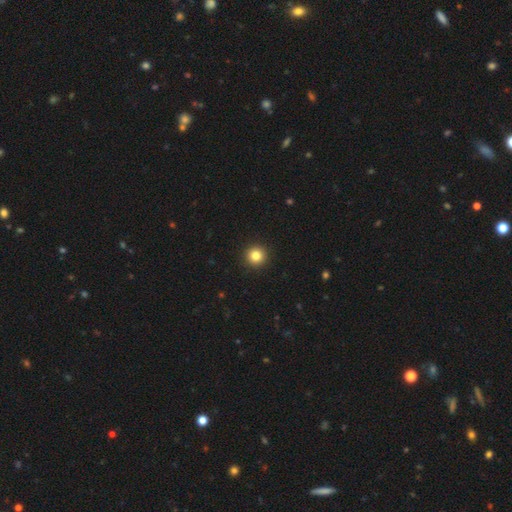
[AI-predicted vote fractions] smooth-or-featured: smooth: 83% | star or artifact: 12% | featured or disk: 5%
  how-rounded: round: 96% | in between: 3% | cigar-shaped: 1%
  merging: none: 94% | minor disturbance: 4% | major disturbance: 2% | merger: 1%